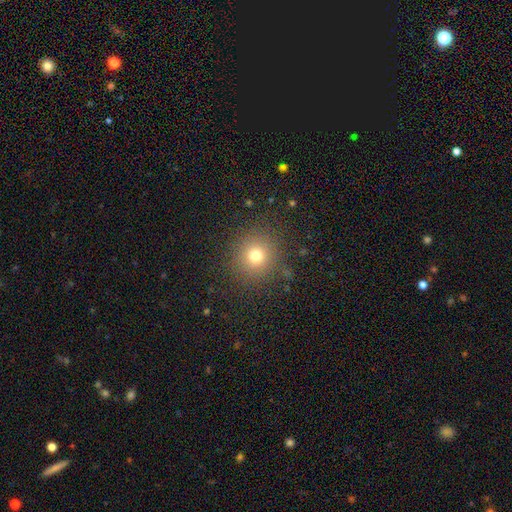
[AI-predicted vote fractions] The model was most divided on "smooth or featured": smooth: 74%, star or artifact: 17%, featured or disk: 9%. More confident: how rounded — round (91%); merging — none (88%).